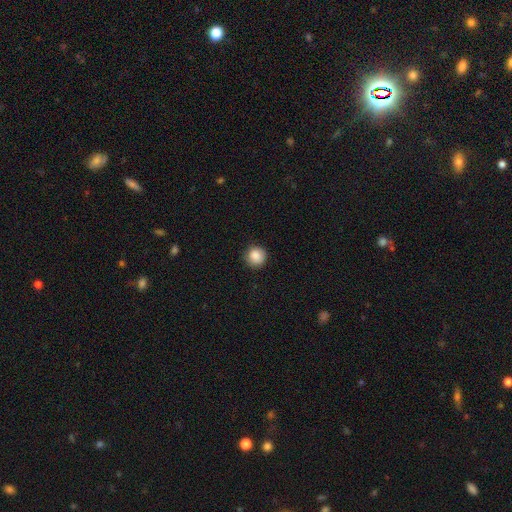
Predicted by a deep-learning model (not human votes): Smooth or featured? smooth (87%)
How rounded? round (93%)
Merging? none (85%)